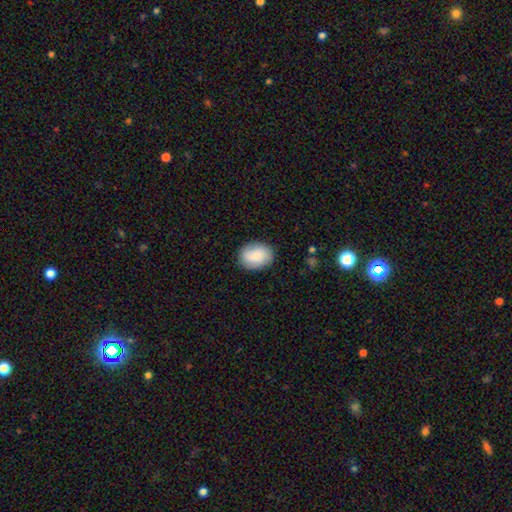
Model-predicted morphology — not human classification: smooth-or-featured: smooth: 79% | featured or disk: 14% | star or artifact: 7%
  how-rounded: in between: 64% | round: 35% | cigar-shaped: 1%
  merging: none: 84% | minor disturbance: 12% | major disturbance: 3% | merger: 1%